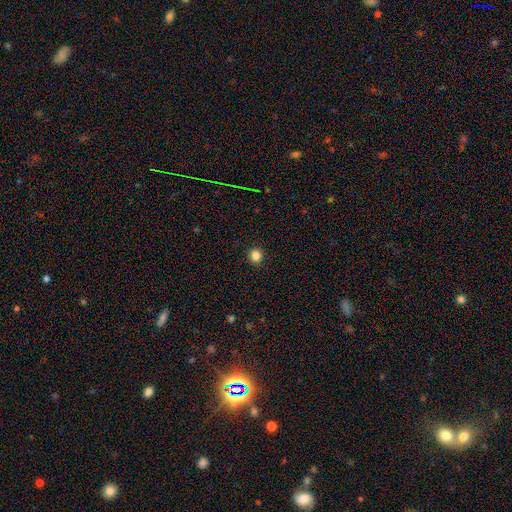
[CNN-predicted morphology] This appears to be a smooth galaxy with no disk features (84%) that is round (91%). Merging: none (92%).